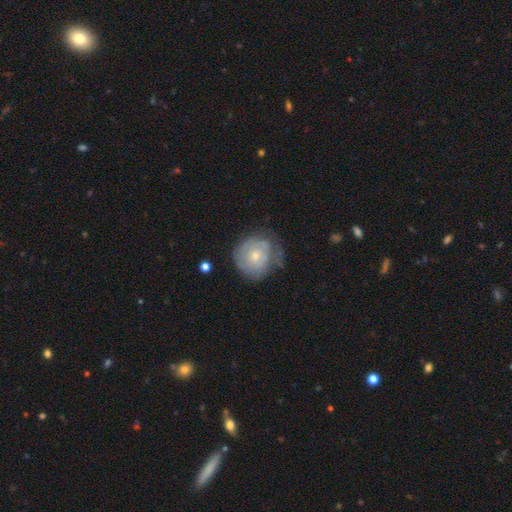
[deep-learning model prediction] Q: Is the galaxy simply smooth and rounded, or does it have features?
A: featured or disk — 55%.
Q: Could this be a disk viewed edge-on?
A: no — 97%.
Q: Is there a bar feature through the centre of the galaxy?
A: no — 84%.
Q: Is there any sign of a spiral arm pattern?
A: yes — 65%.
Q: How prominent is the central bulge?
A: small — 56%.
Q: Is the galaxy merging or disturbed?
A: none — 54%.